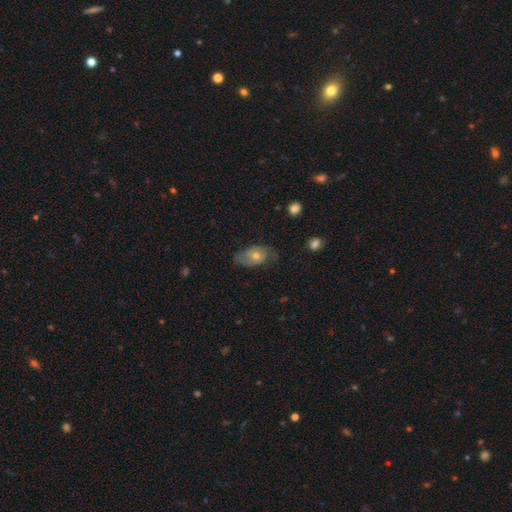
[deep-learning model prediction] Smooth or featured? featured or disk (56%)
Edge-on disk? no (92%)
Bar? no (78%)
Spiral arms? yes (72%)
Bulge size? moderate (59%)
Merging? none (62%)